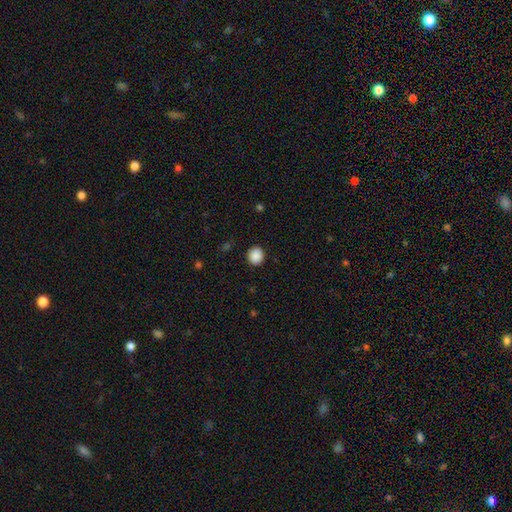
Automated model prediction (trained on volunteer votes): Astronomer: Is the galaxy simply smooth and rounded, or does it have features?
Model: smooth — 89%.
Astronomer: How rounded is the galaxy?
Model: round — 87%.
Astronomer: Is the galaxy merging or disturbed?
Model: none — 91%.